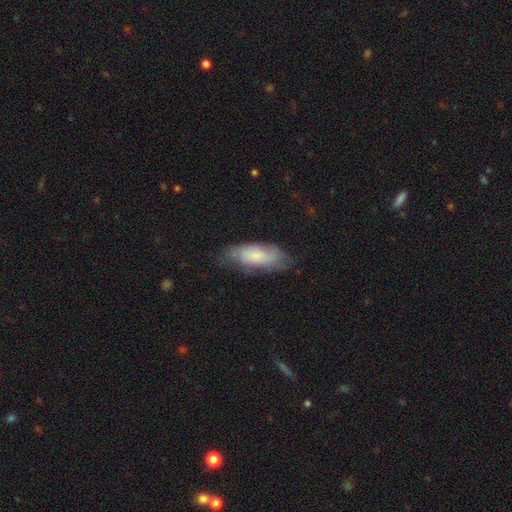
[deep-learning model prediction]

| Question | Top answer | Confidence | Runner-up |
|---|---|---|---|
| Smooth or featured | smooth | 65% | featured or disk (28%) |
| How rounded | in between | 80% | cigar-shaped (18%) |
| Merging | none | 58% | minor disturbance (30%) |